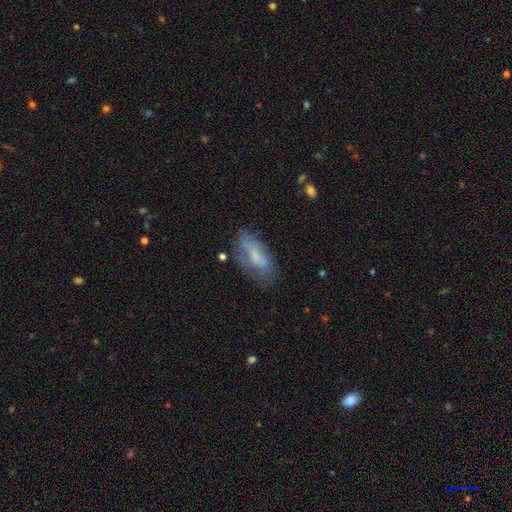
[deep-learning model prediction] Overall: smooth (59%; featured or disk 33%). How rounded: in between (82%). Merging: none (55%; minor disturbance 27%).